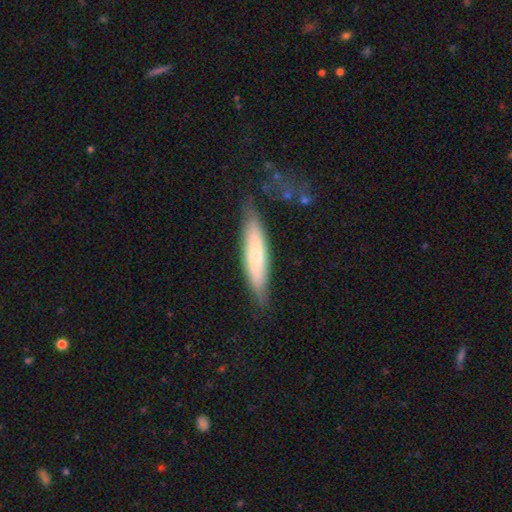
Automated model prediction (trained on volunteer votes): Smooth or featured? Predicted: smooth (p=0.58). How rounded? Predicted: cigar-shaped (p=0.77). Merging? Predicted: none (p=0.74).